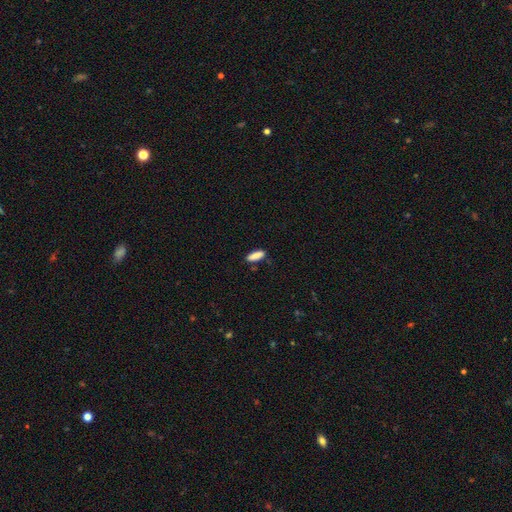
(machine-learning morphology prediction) This appears to be a smooth galaxy with no disk features (89%) that is in between round and cigar-shaped (56%). Merging: none (84%).